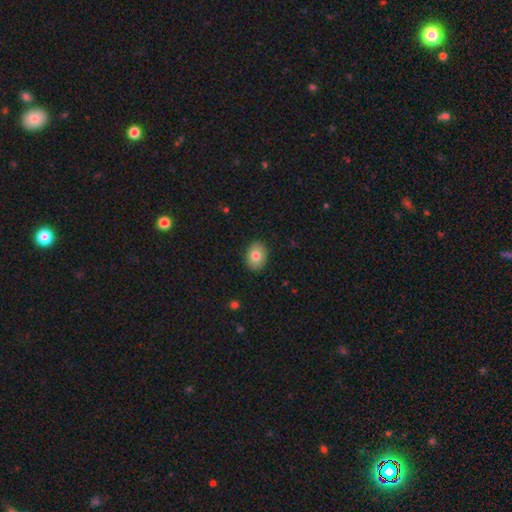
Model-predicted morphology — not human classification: This appears to be a smooth galaxy with no disk features (78%) that is in between round and cigar-shaped (67%). Merging: none (89%).